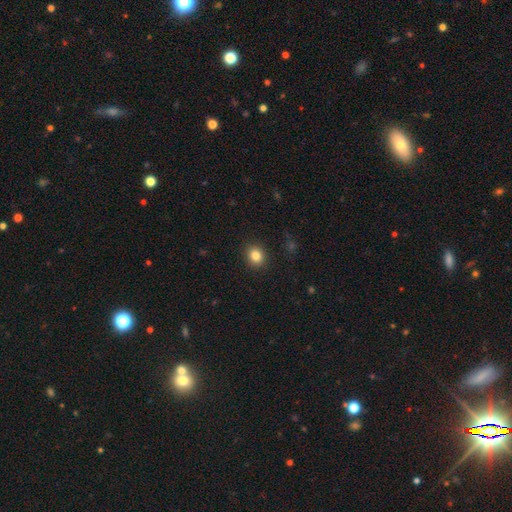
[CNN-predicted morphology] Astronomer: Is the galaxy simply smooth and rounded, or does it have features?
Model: smooth — 84%.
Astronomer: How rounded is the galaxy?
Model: round — 71%.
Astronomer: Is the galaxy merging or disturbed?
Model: none — 90%.